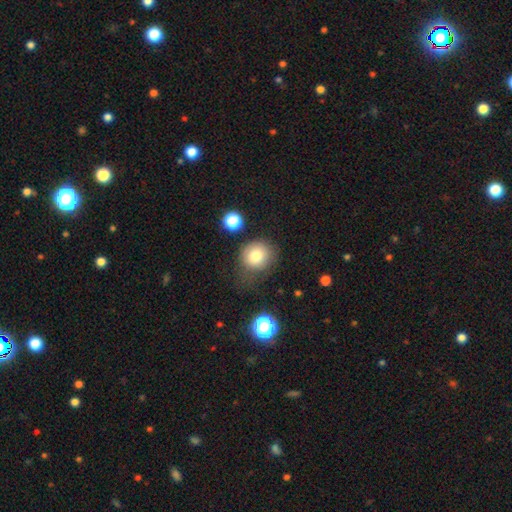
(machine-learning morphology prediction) Overall: smooth (80%). How rounded: round (82%). Merging: none (63%).